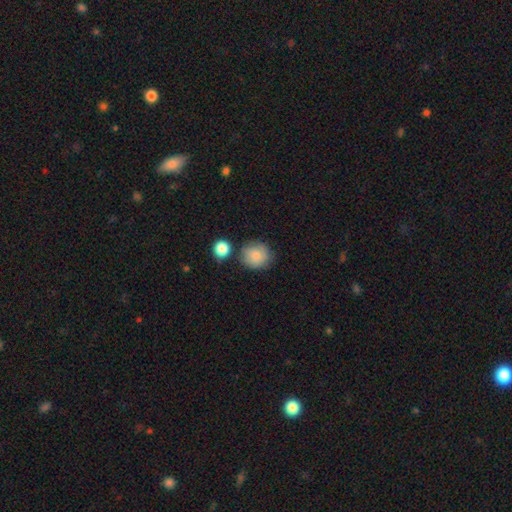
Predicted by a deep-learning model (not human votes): Smooth or featured?
  - smooth: 85% *
  - featured or disk: 8%
  - star or artifact: 7%
How rounded?
  - round: 86% *
  - in between: 13%
  - cigar-shaped: 1%
Merging?
  - none: 72% *
  - minor disturbance: 17%
  - merger: 7%
  - major disturbance: 4%